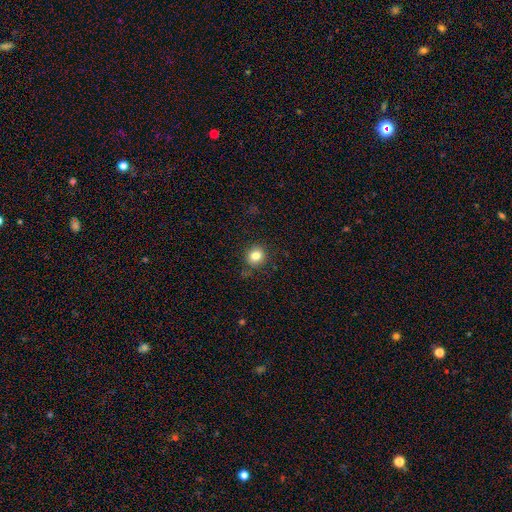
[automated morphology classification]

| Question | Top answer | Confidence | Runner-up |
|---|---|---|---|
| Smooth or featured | smooth | 81% | star or artifact (12%) |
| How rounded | round | 86% | in between (13%) |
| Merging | none | 85% | minor disturbance (11%) |